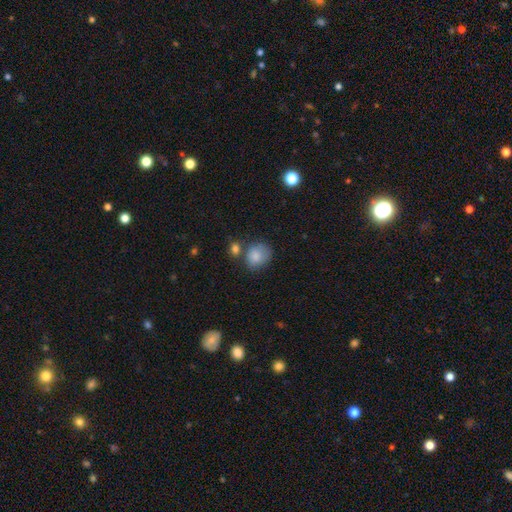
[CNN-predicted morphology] smooth 84%, star or artifact 8%, featured or disk 8%. Down the decision tree: how rounded — round (65%); merging — none (55%).